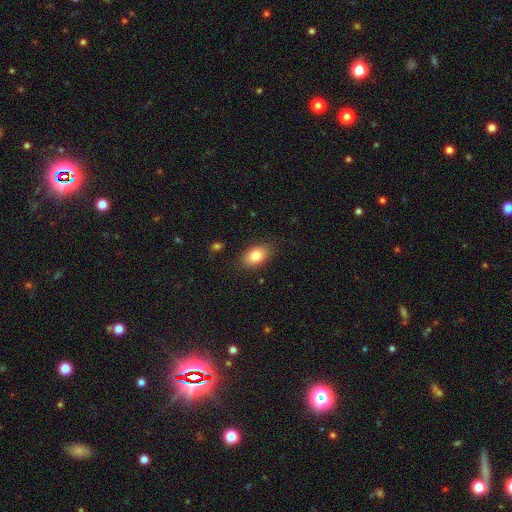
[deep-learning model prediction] Smooth or featured?
  - smooth: 82% *
  - featured or disk: 9%
  - star or artifact: 8%
How rounded?
  - in between: 87% *
  - round: 11%
  - cigar-shaped: 2%
Merging?
  - none: 84% *
  - minor disturbance: 12%
  - major disturbance: 3%
  - merger: 1%